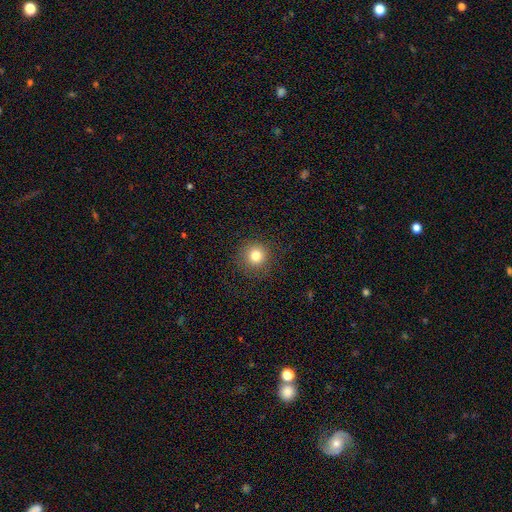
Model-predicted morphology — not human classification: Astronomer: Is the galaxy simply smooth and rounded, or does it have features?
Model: smooth — 81%.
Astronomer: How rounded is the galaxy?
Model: round — 94%.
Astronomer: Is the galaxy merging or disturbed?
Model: none — 89%.